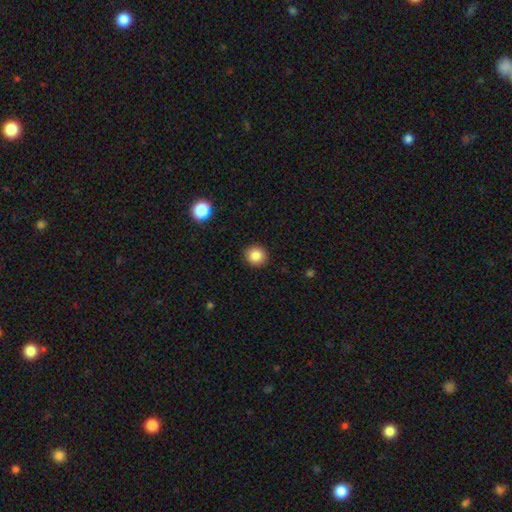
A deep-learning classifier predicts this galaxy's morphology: Smooth or featured? Predicted: smooth (p=0.85). How rounded? Predicted: round (p=0.91). Merging? Predicted: none (p=0.91).